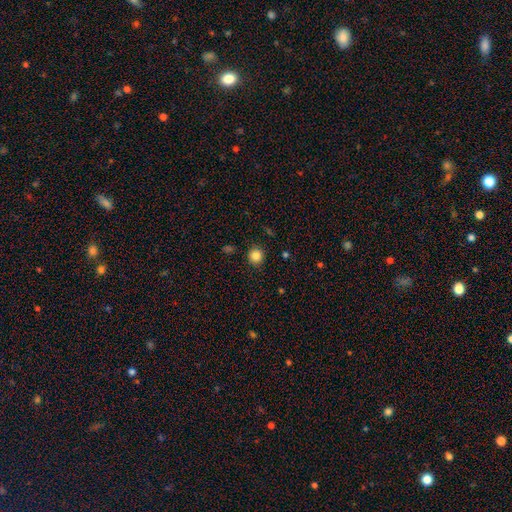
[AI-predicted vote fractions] Smooth or featured: smooth — 85% (star or artifact — 11%)
How rounded: round — 92% (in between — 7%)
Merging: none — 90% (minor disturbance — 7%)